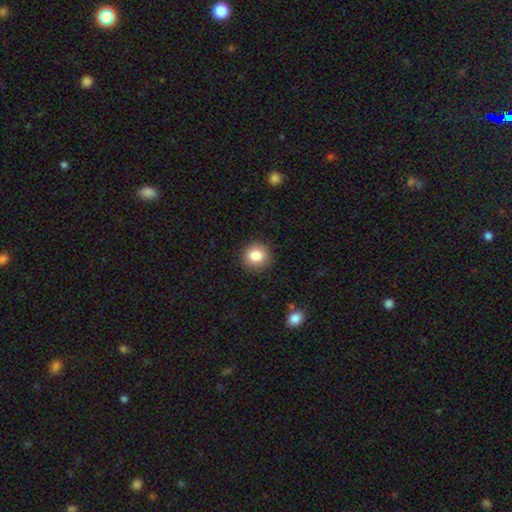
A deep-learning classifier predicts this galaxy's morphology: Smooth or featured? smooth (85%)
How rounded? round (90%)
Merging? none (89%)